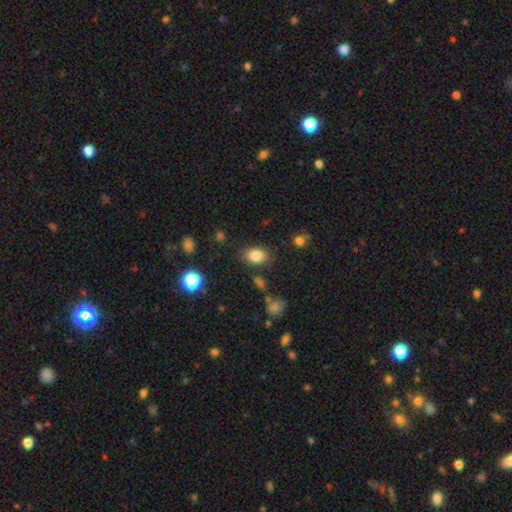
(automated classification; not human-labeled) Morphology: type=smooth (83%); roundness=in between (80%); merging=none (80%).